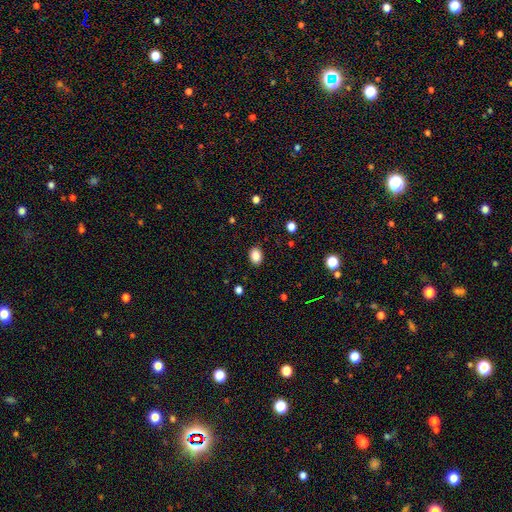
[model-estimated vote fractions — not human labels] This appears to be a smooth galaxy with no disk features (87%) that is in between round and cigar-shaped (69%). Merging: none (89%).